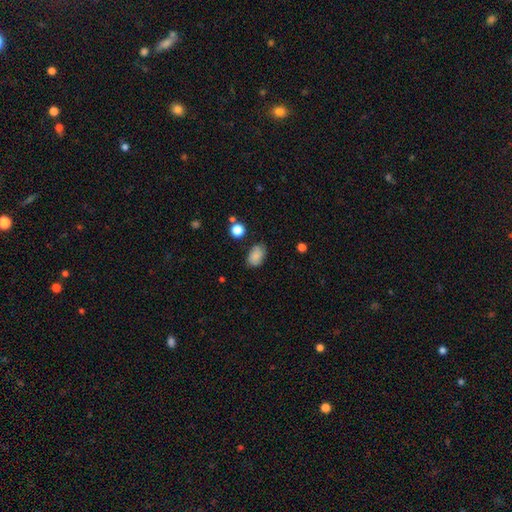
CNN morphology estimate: This is clearly a smooth galaxy (82%). How rounded: clearly in between (86%). Merging: likely none (76%).